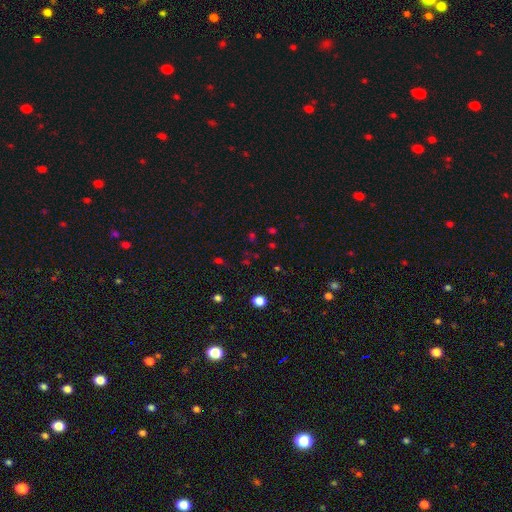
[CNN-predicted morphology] Overall: star or artifact (48%; smooth 44%).